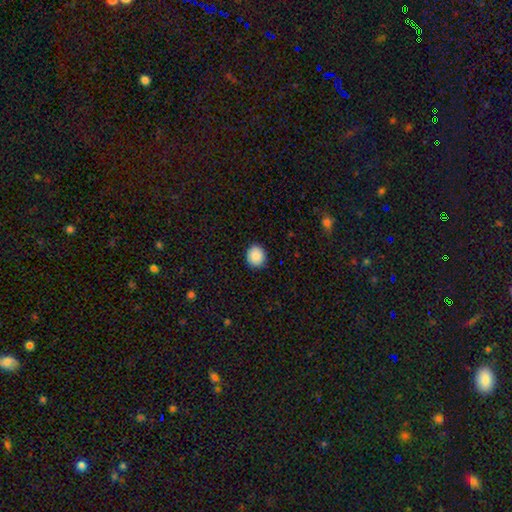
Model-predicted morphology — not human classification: smooth_or_featured: smooth (p=0.90) [alt: star or artifact p=0.08]
how_rounded: round (p=0.82) [alt: in between p=0.17]
merging: none (p=0.91) [alt: minor disturbance p=0.06]